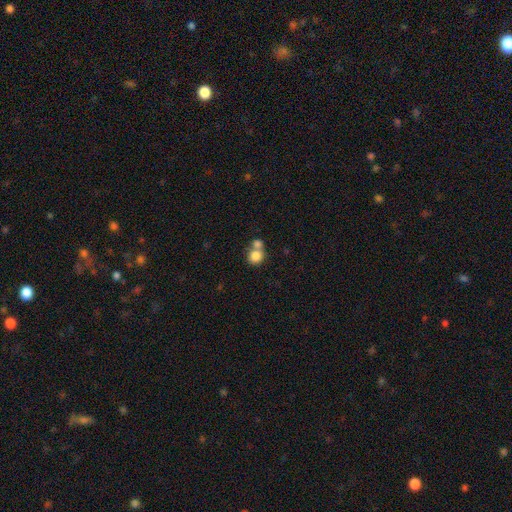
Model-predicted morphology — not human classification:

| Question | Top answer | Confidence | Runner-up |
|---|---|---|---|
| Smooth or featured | smooth | 82% | featured or disk (9%) |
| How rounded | round | 82% | in between (17%) |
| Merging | merger | 50% | none (39%) |